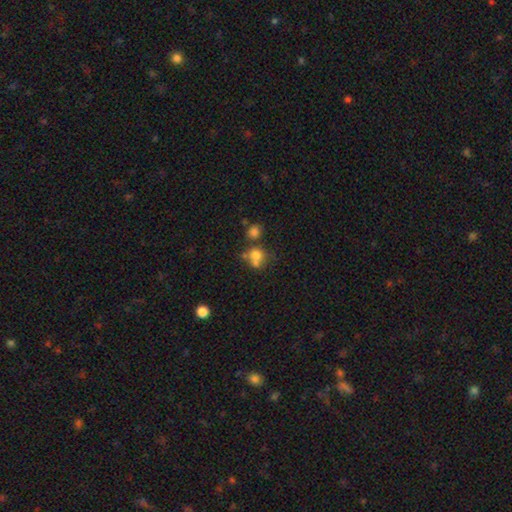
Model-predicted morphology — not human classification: type=smooth (70%); roundness=round (75%); merging=merger (42%).